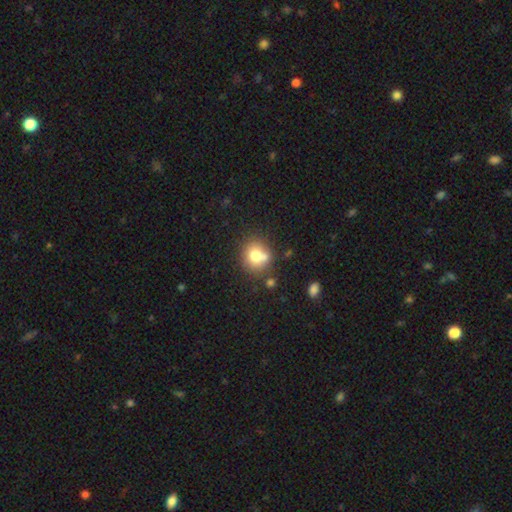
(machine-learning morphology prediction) Smooth or featured: smooth — 73% (featured or disk — 15%)
How rounded: round — 79% (in between — 20%)
Merging: none — 58% (merger — 25%)